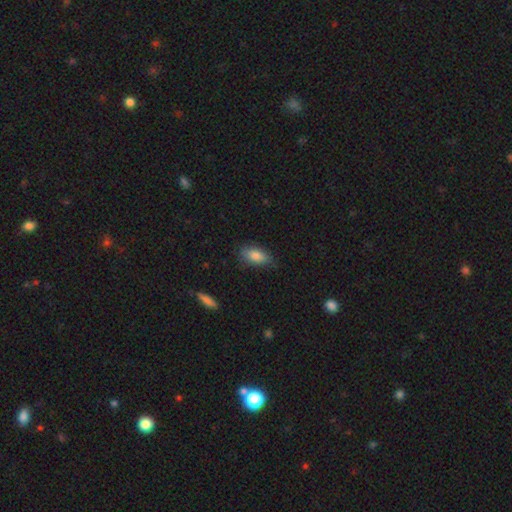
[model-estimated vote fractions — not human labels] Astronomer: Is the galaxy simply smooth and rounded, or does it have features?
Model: smooth — 83%.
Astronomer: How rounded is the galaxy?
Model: in between — 86%.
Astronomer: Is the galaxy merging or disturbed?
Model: none — 74%.